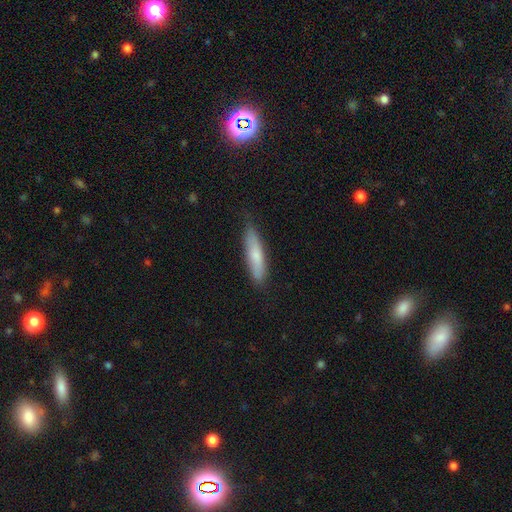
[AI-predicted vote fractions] smooth-or-featured: smooth: 71% | featured or disk: 23% | star or artifact: 6%
  how-rounded: cigar-shaped: 79% | in between: 19% | round: 2%
  merging: none: 78% | minor disturbance: 18% | major disturbance: 3% | merger: 1%